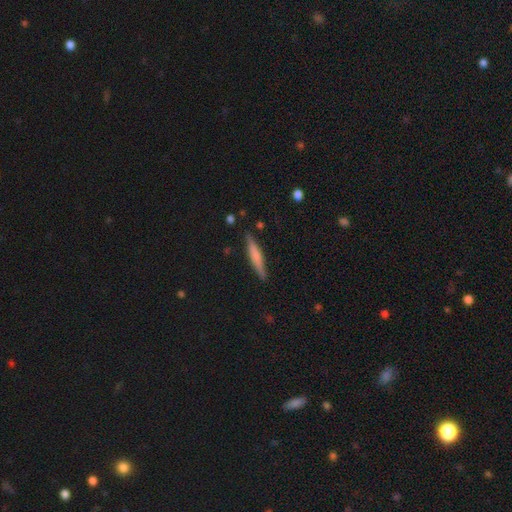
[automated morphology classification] A smooth galaxy with no disk features (56%) that is cigar-shaped (90%). Merging: none (86%).